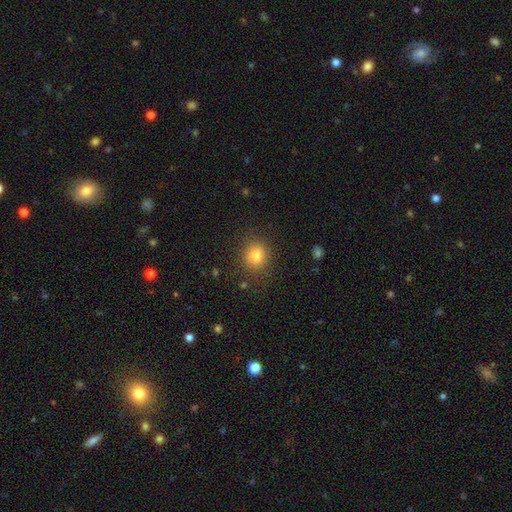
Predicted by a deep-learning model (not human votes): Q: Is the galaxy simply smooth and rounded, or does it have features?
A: smooth — 81%.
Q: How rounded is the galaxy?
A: round — 71%.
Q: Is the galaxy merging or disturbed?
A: none — 83%.